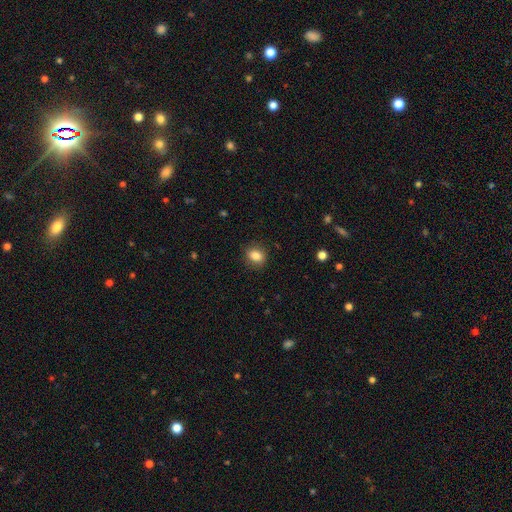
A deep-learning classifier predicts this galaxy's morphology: A smooth galaxy with no disk features (85%) that is round (57%). Merging: none (85%).